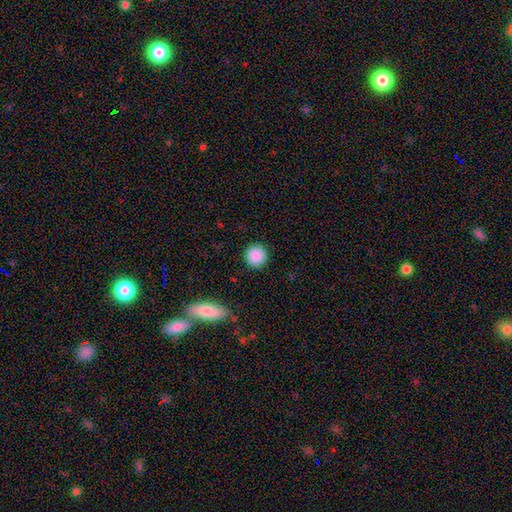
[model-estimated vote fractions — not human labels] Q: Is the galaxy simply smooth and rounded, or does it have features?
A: smooth — 89%.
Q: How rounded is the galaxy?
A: round — 95%.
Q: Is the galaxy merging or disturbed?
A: none — 91%.